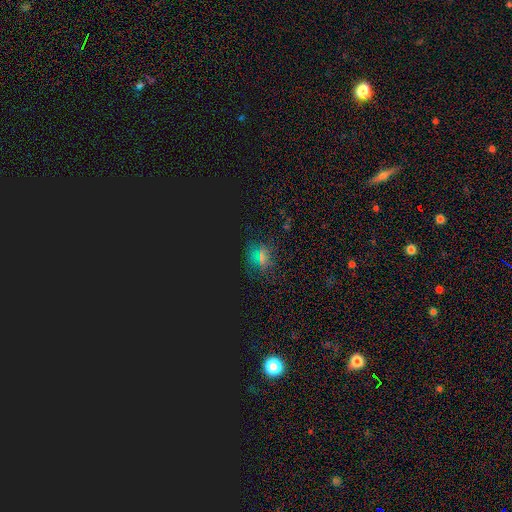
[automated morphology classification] Smooth or featured: star or artifact — 61% (smooth — 30%)